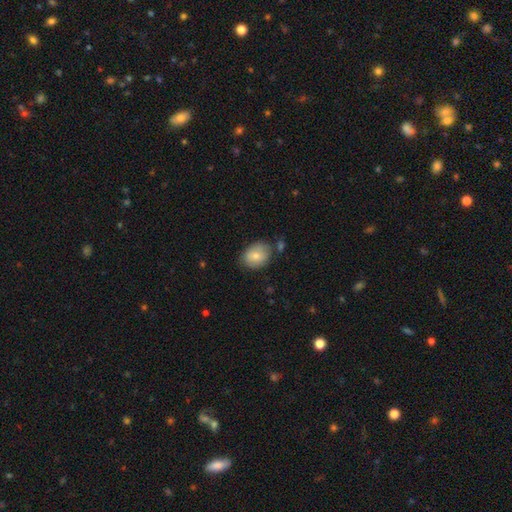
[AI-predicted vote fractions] Morphology: type=smooth (75%); roundness=in between (63%); merging=none (69%).